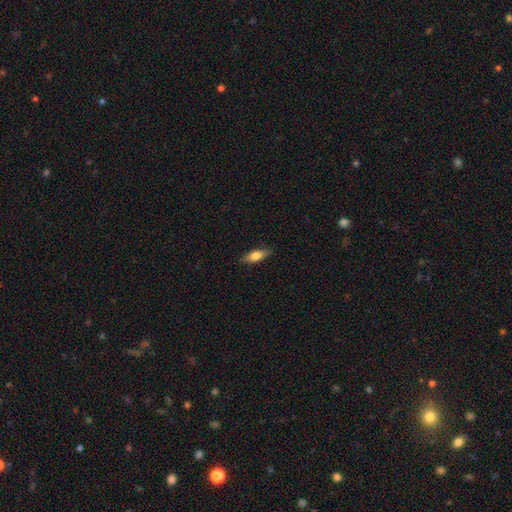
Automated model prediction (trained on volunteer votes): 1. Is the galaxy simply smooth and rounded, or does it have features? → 69% smooth, 24% featured or disk, 6% star or artifact.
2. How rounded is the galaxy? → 58% in between, 39% cigar-shaped, 3% round.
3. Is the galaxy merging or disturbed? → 86% none, 11% minor disturbance, 2% major disturbance, 1% merger.